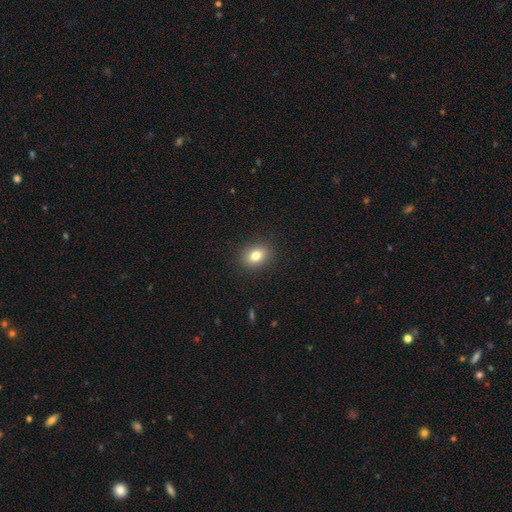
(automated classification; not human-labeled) Smooth or featured: smooth — 80% (star or artifact — 11%)
How rounded: in between — 57% (round — 42%)
Merging: none — 90% (minor disturbance — 7%)